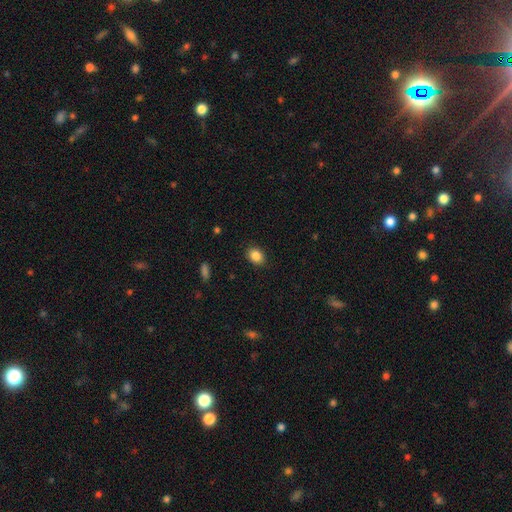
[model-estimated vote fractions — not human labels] smooth_or_featured: smooth (p=0.87) [alt: star or artifact p=0.09]
how_rounded: in between (p=0.63) [alt: round p=0.36]
merging: none (p=0.87) [alt: minor disturbance p=0.10]